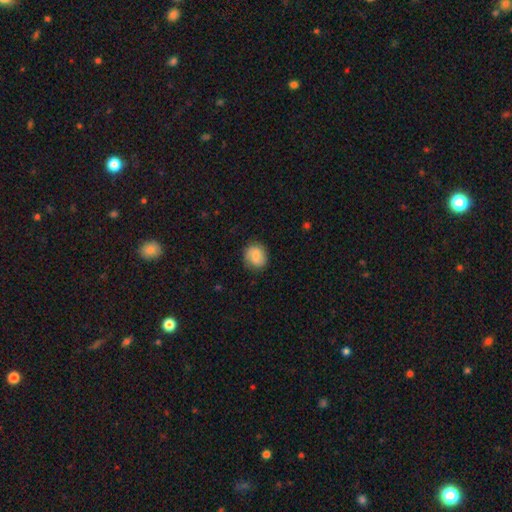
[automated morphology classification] The model was most divided on "smooth or featured": smooth: 62%, featured or disk: 31%, star or artifact: 8%. More confident: merging — none (82%); how rounded — round (76%).